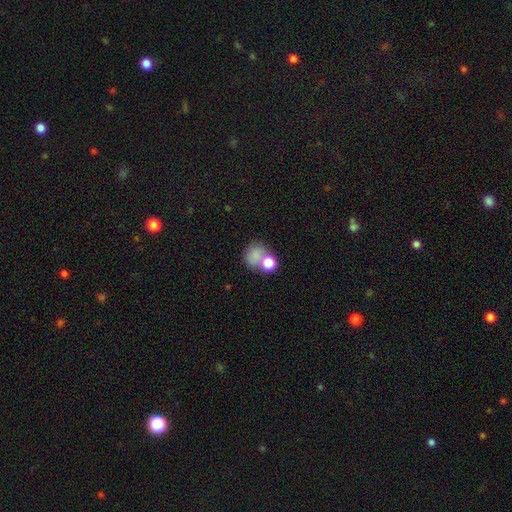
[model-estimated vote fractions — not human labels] smooth_or_featured: smooth (p=0.76) [alt: star or artifact p=0.13]
how_rounded: round (p=0.66) [alt: in between p=0.33]
merging: none (p=0.40) [alt: merger p=0.37]